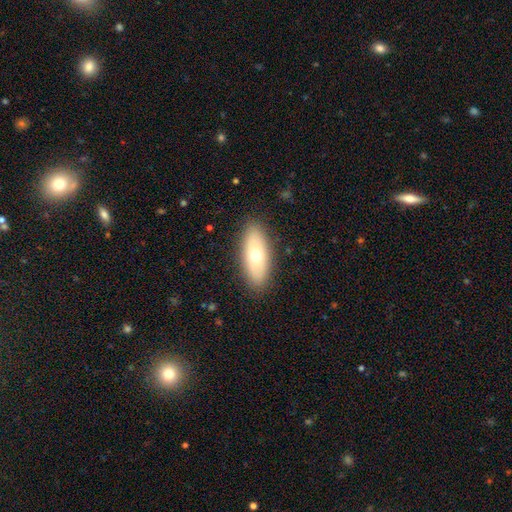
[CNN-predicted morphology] A smooth galaxy with no disk features (63%) that is in between round and cigar-shaped (75%). Merging: none (88%).